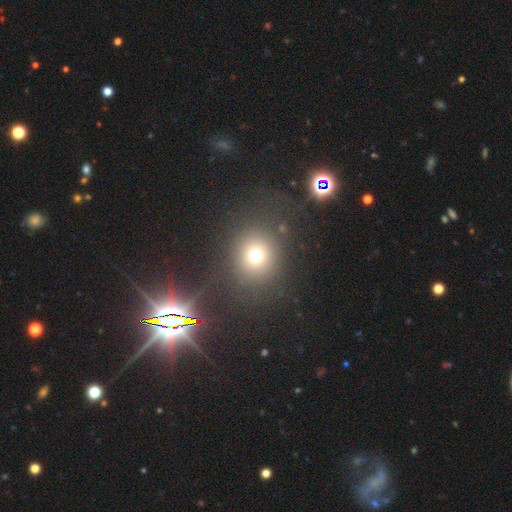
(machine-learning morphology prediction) type=smooth (70%); roundness=round (85%); merging=none (77%).